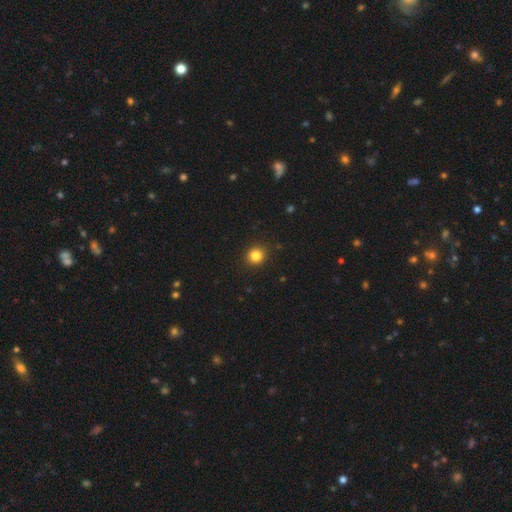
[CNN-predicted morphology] Smooth or featured?
  - smooth: 84% *
  - star or artifact: 12%
  - featured or disk: 5%
How rounded?
  - round: 89% *
  - in between: 10%
  - cigar-shaped: 1%
Merging?
  - none: 91% *
  - minor disturbance: 6%
  - major disturbance: 2%
  - merger: 1%